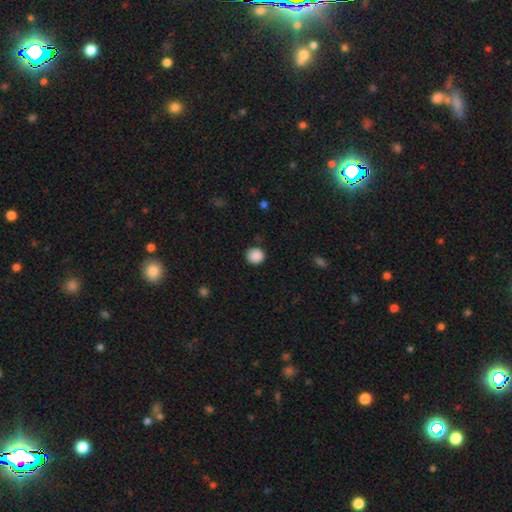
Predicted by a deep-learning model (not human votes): smooth_or_featured: smooth (p=0.88) [alt: star or artifact p=0.09]
how_rounded: round (p=0.91) [alt: in between p=0.08]
merging: none (p=0.88) [alt: minor disturbance p=0.08]